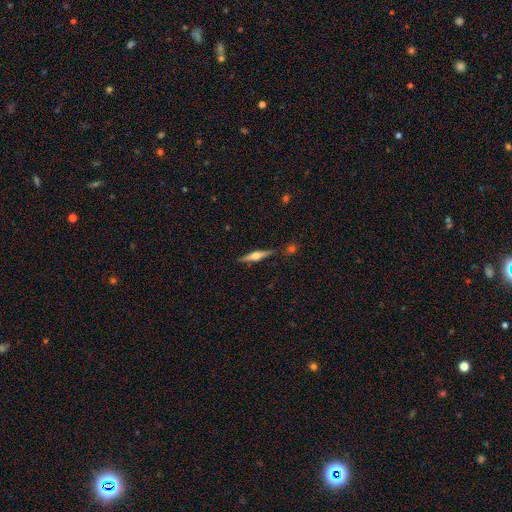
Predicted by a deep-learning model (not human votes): featured or disk 64%, smooth 30%, star or artifact 6%. Down the decision tree: edge-on disk — yes (97%); edge-on bulge — rounded (91%); merging — none (83%).